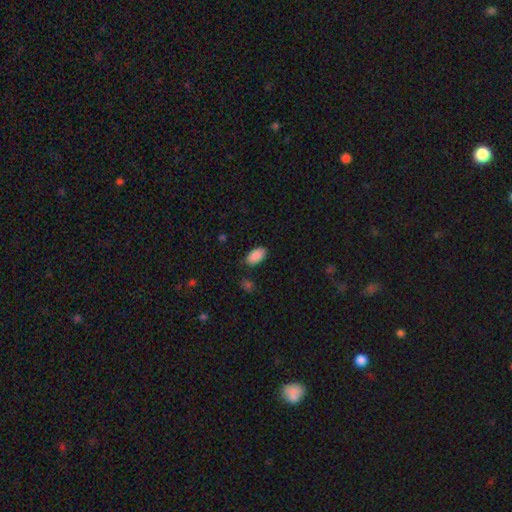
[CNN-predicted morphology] This appears to be a smooth galaxy with no disk features (90%) that is in between round and cigar-shaped (95%). Merging: none (83%).